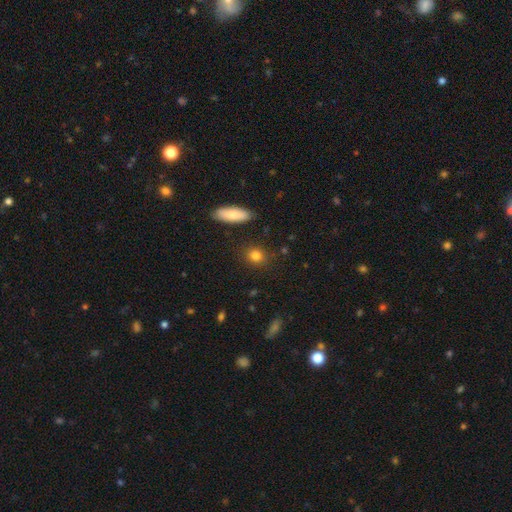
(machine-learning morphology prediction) Overall: smooth (83%). How rounded: round (65%; in between 31%). Merging: none (86%).